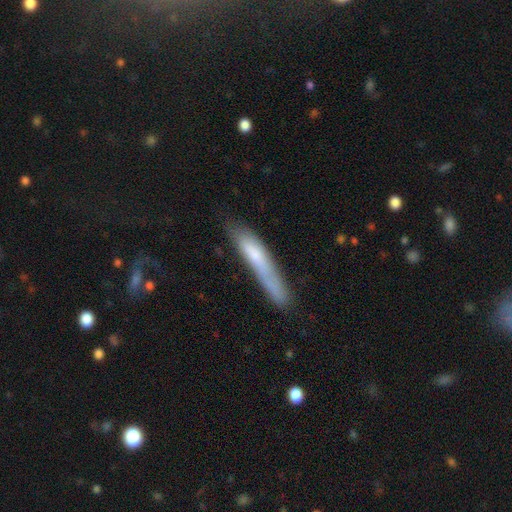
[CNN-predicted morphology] The model was most divided on "merging": none: 55%, minor disturbance: 28%, major disturbance: 12%, merger: 5%. More confident: how rounded — cigar-shaped (88%); smooth or featured — smooth (66%).